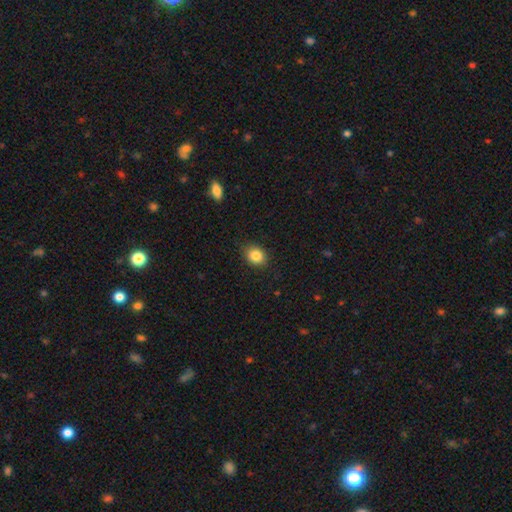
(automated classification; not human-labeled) Smooth or featured: smooth — 85% (star or artifact — 9%)
How rounded: round — 53% (in between — 46%)
Merging: none — 85% (minor disturbance — 11%)